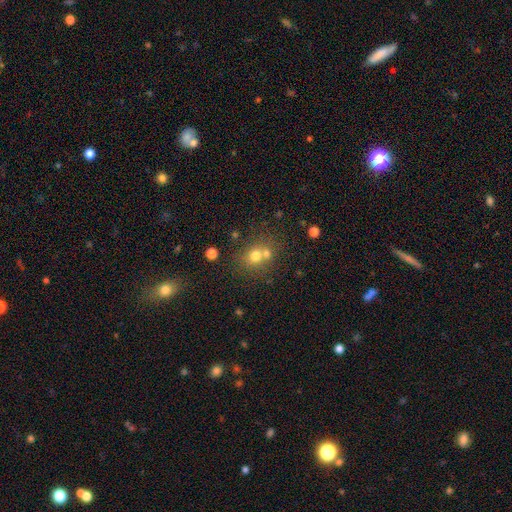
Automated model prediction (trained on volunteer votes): Smooth or featured? Predicted: smooth (p=0.61). How rounded? Predicted: round (p=0.76). Merging? Predicted: none (p=0.53).